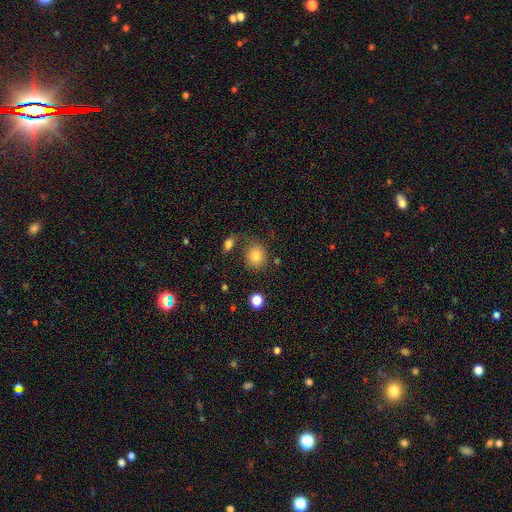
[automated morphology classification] smooth-or-featured: smooth: 83% | star or artifact: 10% | featured or disk: 8%
  how-rounded: round: 76% | in between: 23% | cigar-shaped: 1%
  merging: none: 71% | minor disturbance: 14% | merger: 9% | major disturbance: 5%